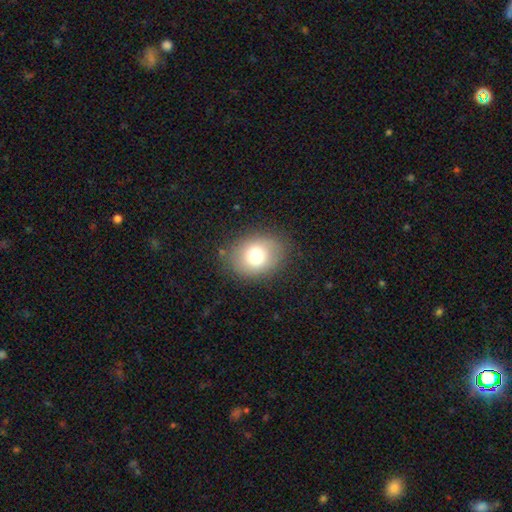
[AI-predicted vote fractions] The model was most divided on "how rounded": round: 51%, in between: 49%, cigar-shaped: 1%. More confident: merging — none (81%); smooth or featured — smooth (74%).